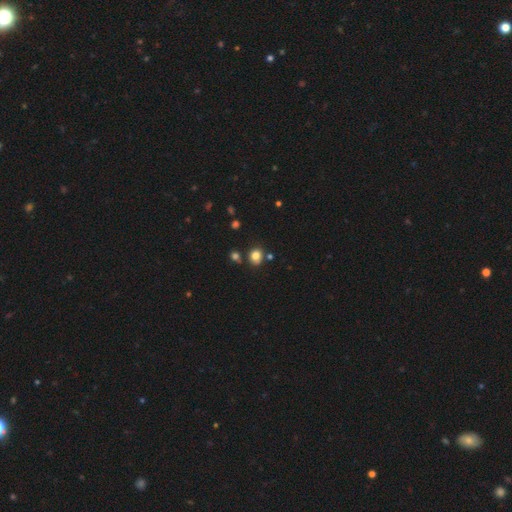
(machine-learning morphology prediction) type=smooth (81%); roundness=round (69%); merging=none (76%).